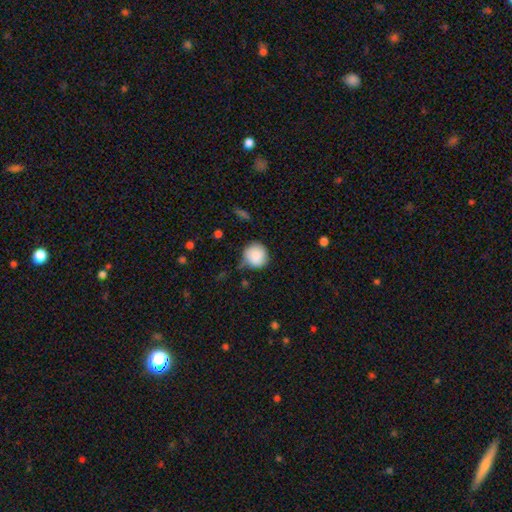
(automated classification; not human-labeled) Smooth or featured? Predicted: smooth (p=0.87). How rounded? Predicted: round (p=0.92). Merging? Predicted: none (p=0.66).